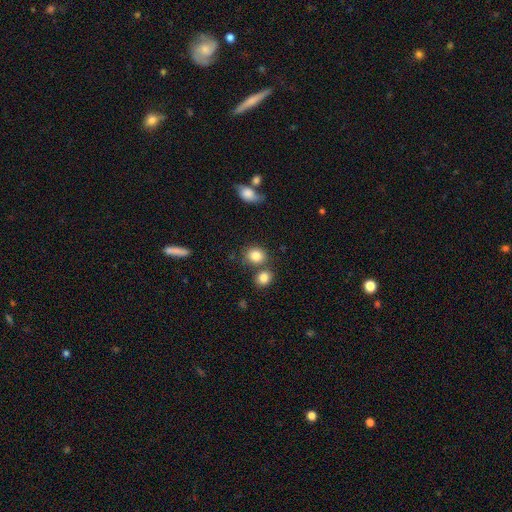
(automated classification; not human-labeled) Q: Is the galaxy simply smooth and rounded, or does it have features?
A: smooth — 83%.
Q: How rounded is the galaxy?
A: round — 70%.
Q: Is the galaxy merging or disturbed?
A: none — 63%.